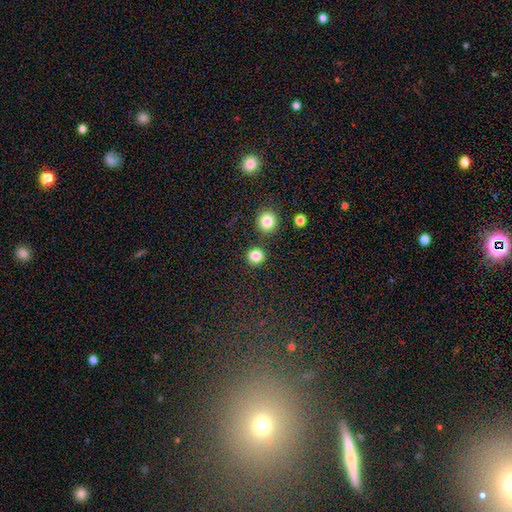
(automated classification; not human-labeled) Smooth or featured? Predicted: smooth (p=0.84). How rounded? Predicted: round (p=0.92). Merging? Predicted: none (p=0.86).